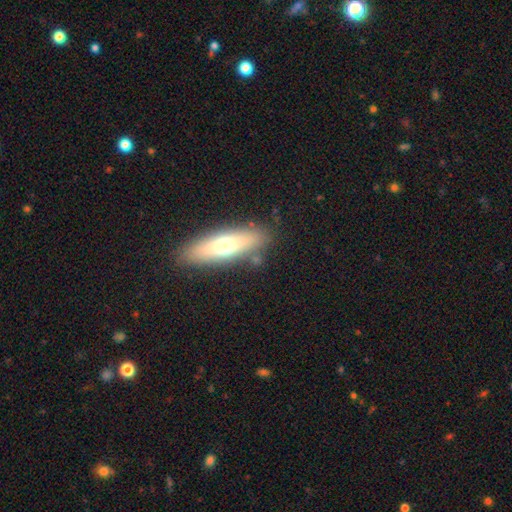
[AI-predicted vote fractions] Q: Smooth or featured?
A: smooth (59%); runner-up: featured or disk (34%)
Q: How rounded?
A: cigar-shaped (56%); runner-up: in between (41%)
Q: Merging?
A: none (85%); runner-up: minor disturbance (10%)